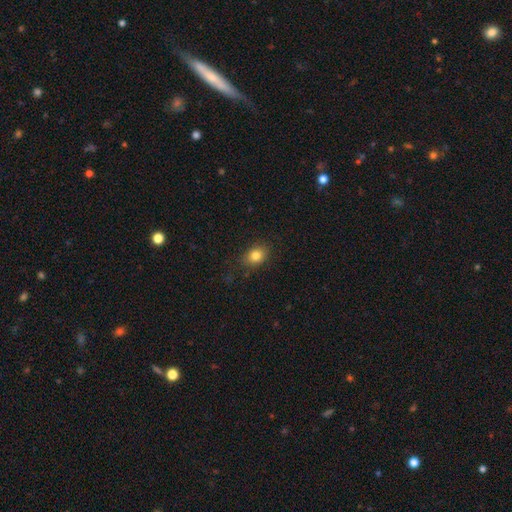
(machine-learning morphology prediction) Smooth or featured?
  - smooth: 82% *
  - star or artifact: 11%
  - featured or disk: 8%
How rounded?
  - in between: 62% *
  - round: 37%
  - cigar-shaped: 1%
Merging?
  - none: 83% *
  - minor disturbance: 13%
  - major disturbance: 3%
  - merger: 1%